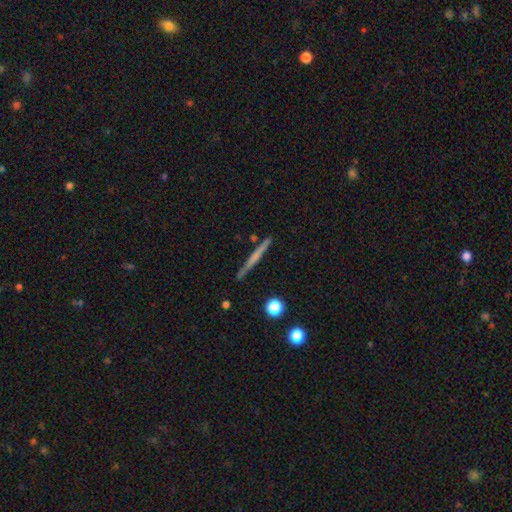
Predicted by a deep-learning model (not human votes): This is possibly a featured or disk galaxy (51%). It is clearly viewed edge-on (97%). Merging: clearly none (89%).